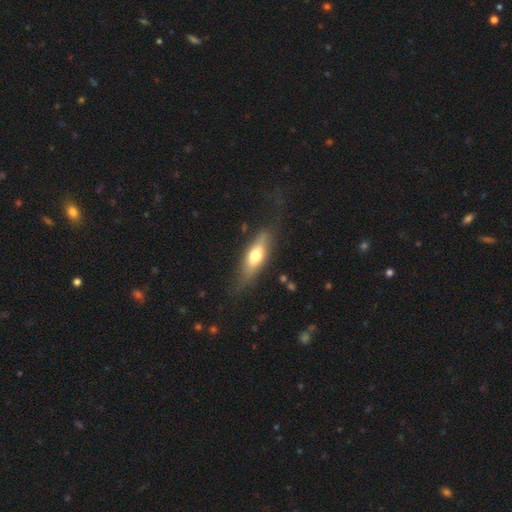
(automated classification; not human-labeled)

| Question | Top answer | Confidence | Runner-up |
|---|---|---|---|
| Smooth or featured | smooth | 55% | featured or disk (39%) |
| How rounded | in between | 55% | cigar-shaped (42%) |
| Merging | none | 71% | minor disturbance (20%) |